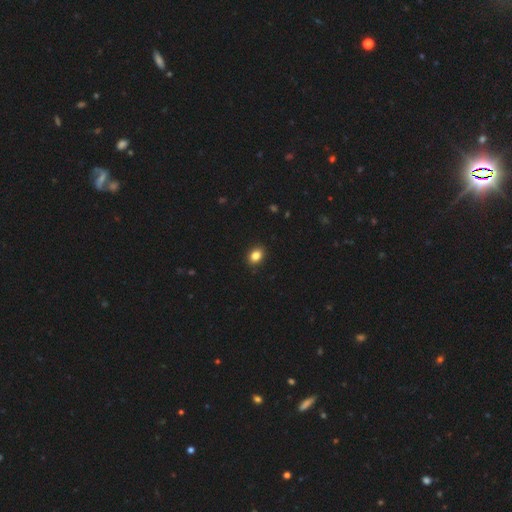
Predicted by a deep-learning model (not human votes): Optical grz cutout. It shows a smooth galaxy with no disk features (85%) that is in between round and cigar-shaped (64%). Merging: none (90%).